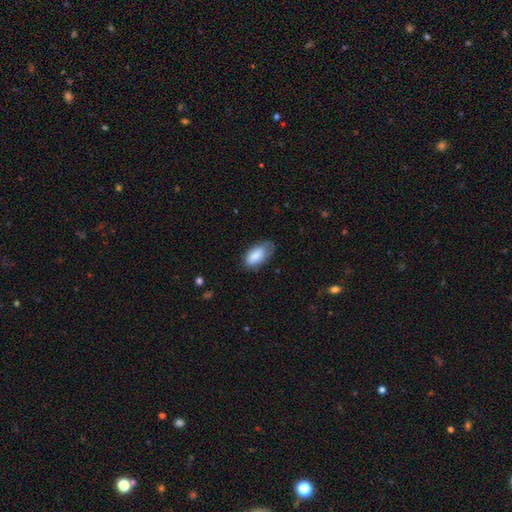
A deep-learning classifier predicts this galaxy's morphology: A smooth galaxy with no disk features (84%) that is in between round and cigar-shaped (94%).

Vote fractions:
- Smooth or featured? smooth: 84% / featured or disk: 10% / star or artifact: 6%
- How rounded? in between: 94% / cigar-shaped: 3% / round: 3%
- Merging? none: 57% / minor disturbance: 33% / major disturbance: 9% / merger: 1%